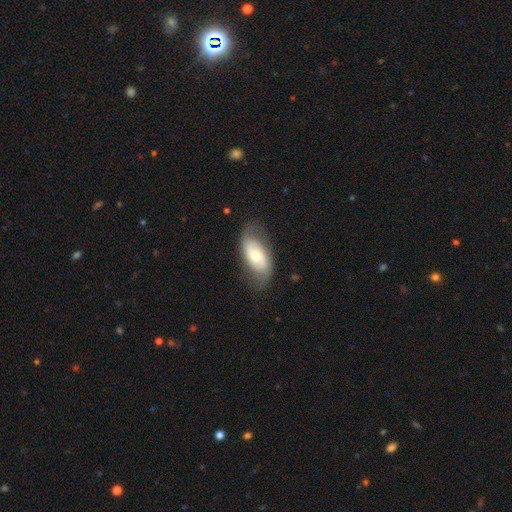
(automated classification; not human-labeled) Morphology: type=featured or disk (56%); edge-on=no (92%); bar=no (67%); spiral arms=yes (70%); bulge=moderate (67%); merging=none (69%).